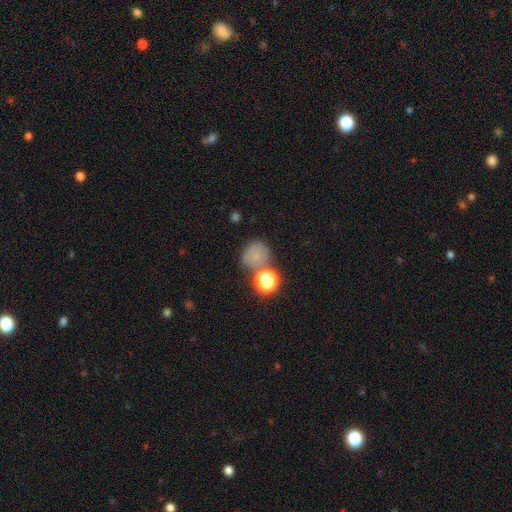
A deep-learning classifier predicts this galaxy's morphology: Q: Smooth or featured?
A: smooth (69%); runner-up: star or artifact (20%)
Q: How rounded?
A: round (82%); runner-up: in between (17%)
Q: Merging?
A: none (59%); runner-up: merger (20%)